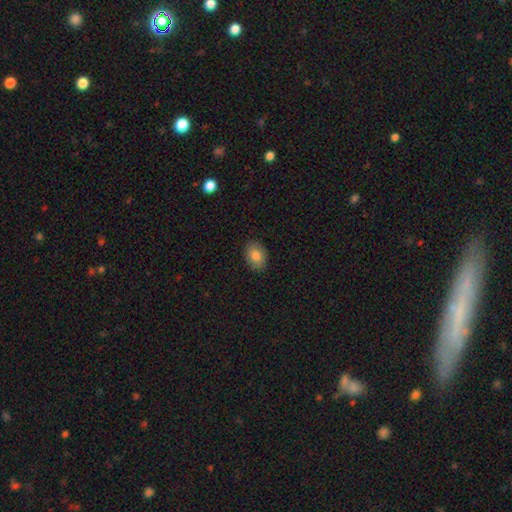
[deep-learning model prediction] Smooth or featured: smooth — 83% (featured or disk — 9%)
How rounded: in between — 76% (round — 22%)
Merging: none — 88% (minor disturbance — 9%)